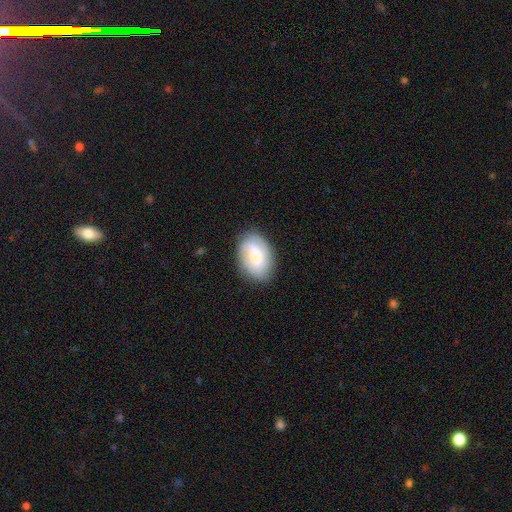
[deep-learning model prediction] Smooth or featured: featured or disk — 50% (smooth — 42%)
Edge-on disk: no — 96% (yes — 4%)
Merging: none — 77% (minor disturbance — 16%)